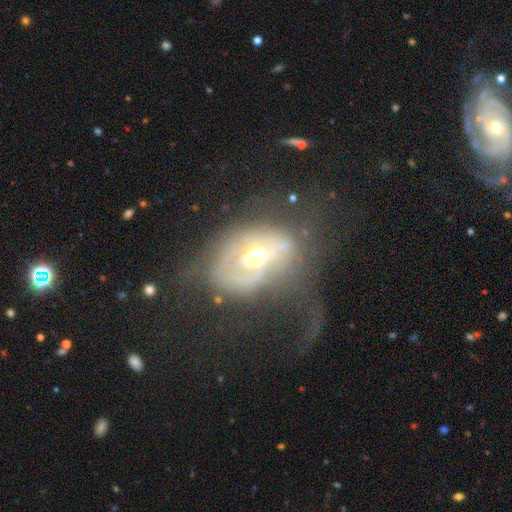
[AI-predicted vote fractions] Smooth or featured: featured or disk — 69% (smooth — 23%)
Edge-on disk: no — 94% (yes — 6%)
Bar: no — 66% (weak — 25%)
Spiral arms: no — 50% (tied with yes — 50%)
Bulge size: moderate — 69% (large — 18%)
Merging: major disturbance — 53% (none — 25%)